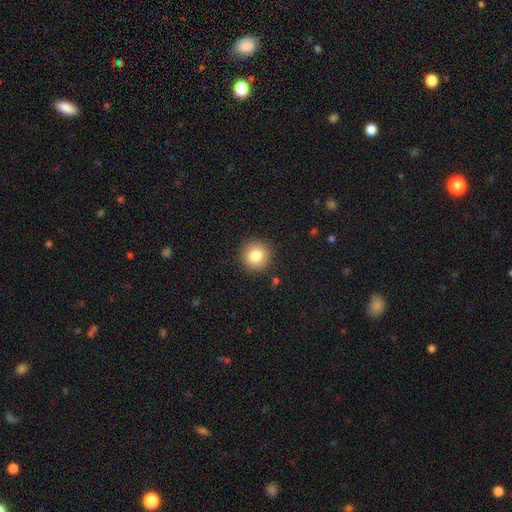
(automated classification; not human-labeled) Smooth or featured: smooth — 81% (star or artifact — 10%)
How rounded: round — 93% (in between — 6%)
Merging: none — 90% (minor disturbance — 6%)